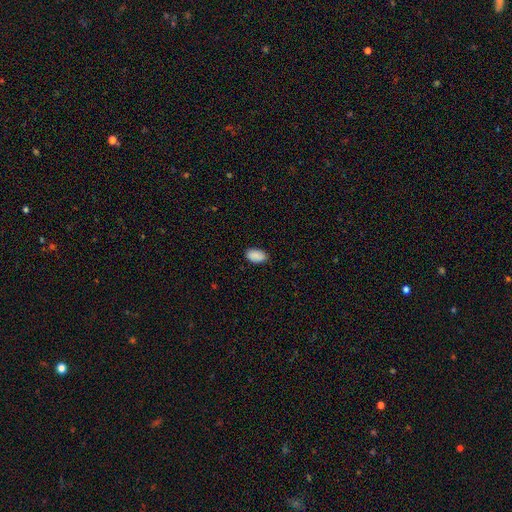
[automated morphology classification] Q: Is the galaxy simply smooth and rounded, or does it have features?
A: smooth — 89%.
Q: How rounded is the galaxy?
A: in between — 93%.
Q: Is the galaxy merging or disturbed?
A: none — 83%.